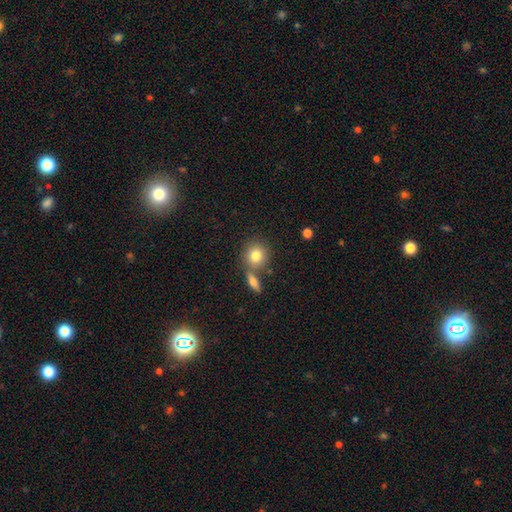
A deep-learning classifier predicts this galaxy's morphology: Overall: smooth (80%). How rounded: round (84%). Merging: none (64%; merger 24%).